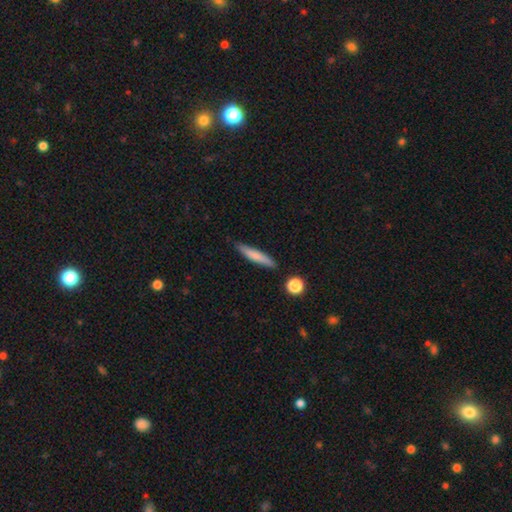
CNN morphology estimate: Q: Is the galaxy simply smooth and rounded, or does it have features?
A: smooth — 72%.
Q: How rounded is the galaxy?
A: cigar-shaped — 90%.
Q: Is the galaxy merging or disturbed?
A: none — 84%.